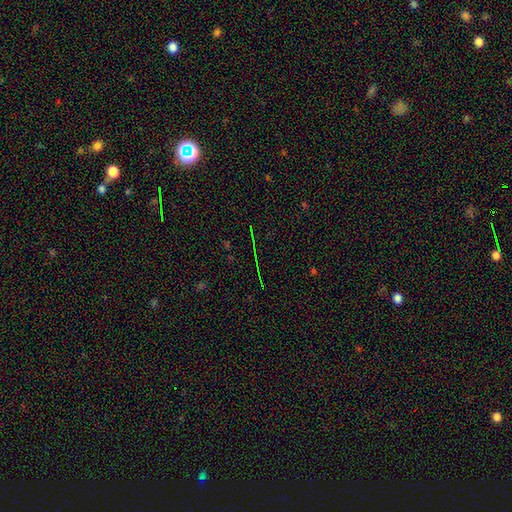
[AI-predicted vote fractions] A star or artifact, not a galaxy (78%).